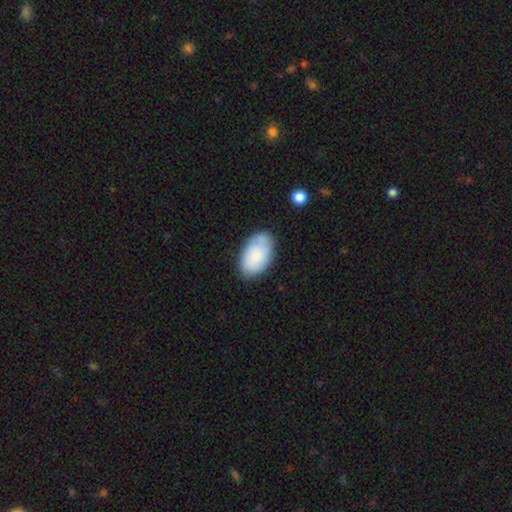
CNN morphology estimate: Smooth or featured?
  - smooth: 77% *
  - featured or disk: 16%
  - star or artifact: 7%
How rounded?
  - in between: 94% *
  - round: 5%
  - cigar-shaped: 1%
Merging?
  - none: 72% *
  - minor disturbance: 19%
  - major disturbance: 5%
  - merger: 4%